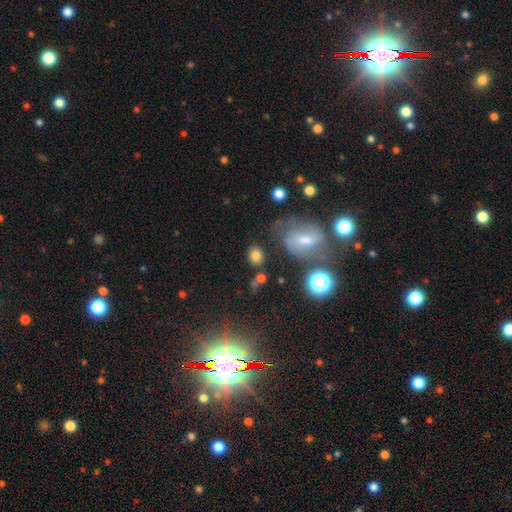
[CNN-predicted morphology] smooth_or_featured: smooth (p=0.77) [alt: star or artifact p=0.14]
how_rounded: in between (p=0.50) [alt: round p=0.48]
merging: none (p=0.73) [alt: minor disturbance p=0.13]